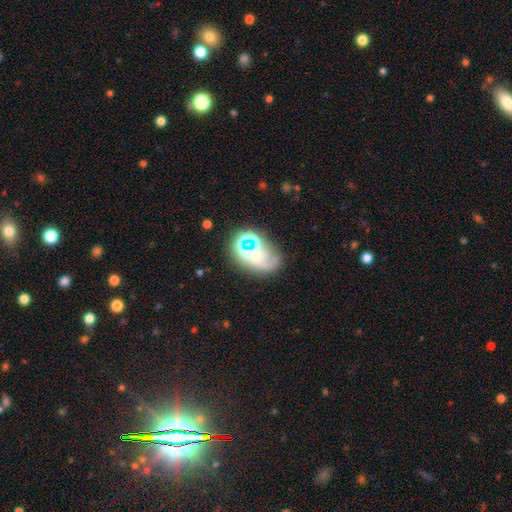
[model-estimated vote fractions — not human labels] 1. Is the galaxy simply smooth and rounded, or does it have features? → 36% featured or disk, 34% smooth, 30% star or artifact.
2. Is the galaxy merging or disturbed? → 48% none, 20% minor disturbance, 19% major disturbance, 13% merger.